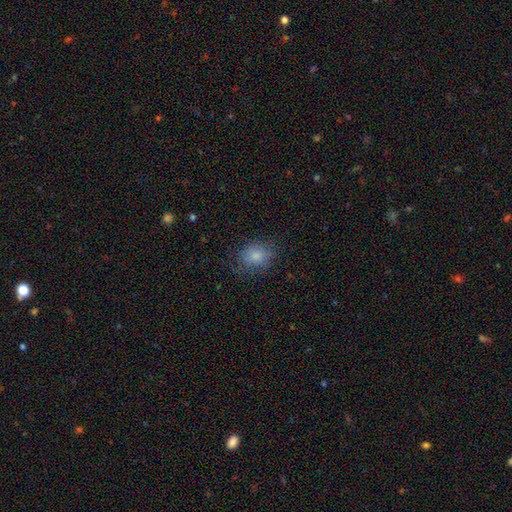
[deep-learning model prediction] Smooth or featured: smooth — 82% (star or artifact — 10%)
How rounded: in between — 54% (round — 45%)
Merging: none — 72% (minor disturbance — 19%)